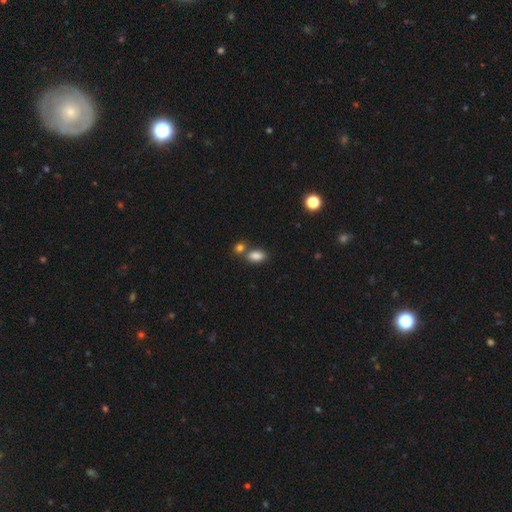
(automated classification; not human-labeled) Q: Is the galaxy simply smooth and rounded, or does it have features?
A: smooth — 85%.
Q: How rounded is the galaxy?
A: in between — 88%.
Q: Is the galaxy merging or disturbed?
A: none — 59%.